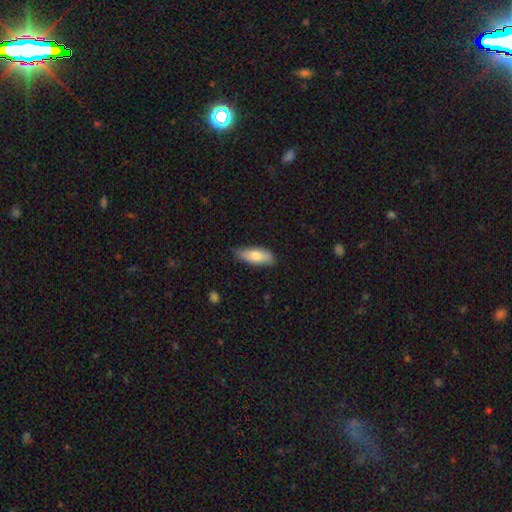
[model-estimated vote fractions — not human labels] Smooth or featured?
  - smooth: 73% *
  - featured or disk: 21%
  - star or artifact: 6%
How rounded?
  - in between: 68% *
  - cigar-shaped: 30%
  - round: 2%
Merging?
  - none: 76% *
  - minor disturbance: 20%
  - major disturbance: 3%
  - merger: 1%